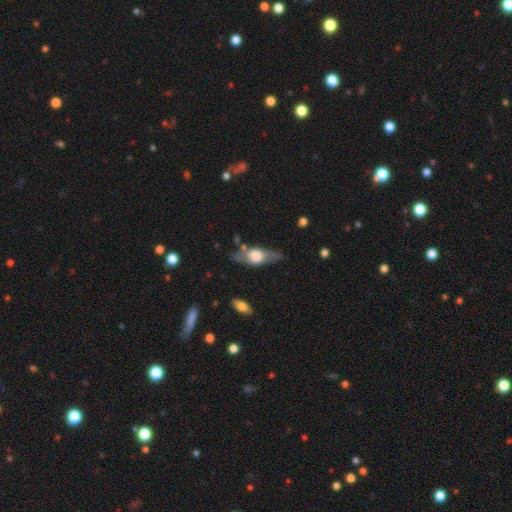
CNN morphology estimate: Overall: featured or disk (60%; smooth 35%). Edge-on disk: yes (79%). Merging: none (71%).